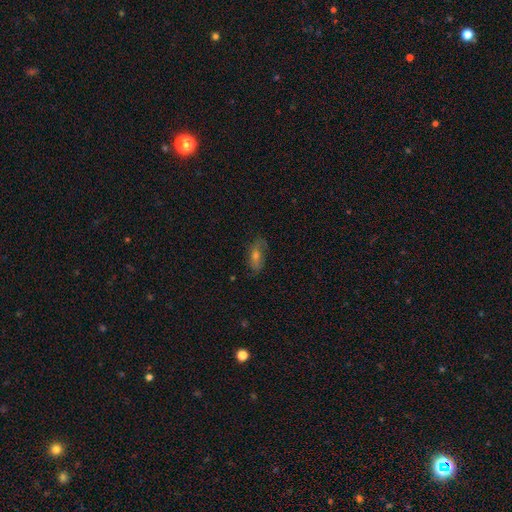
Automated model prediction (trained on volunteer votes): Morphology: type=featured or disk (46%); merging=none (75%).